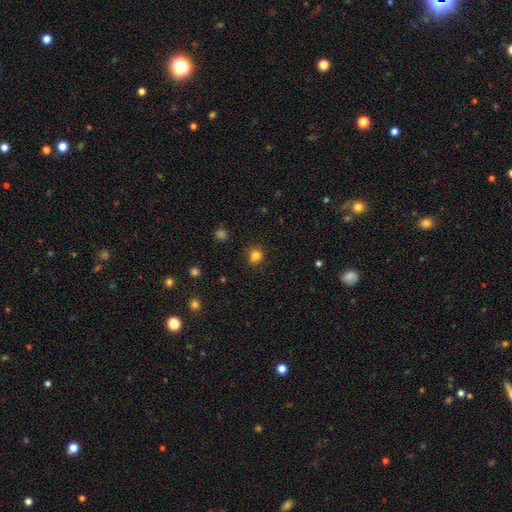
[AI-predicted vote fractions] smooth 82%, star or artifact 13%, featured or disk 5%. Down the decision tree: how rounded — round (64%); merging — none (79%).